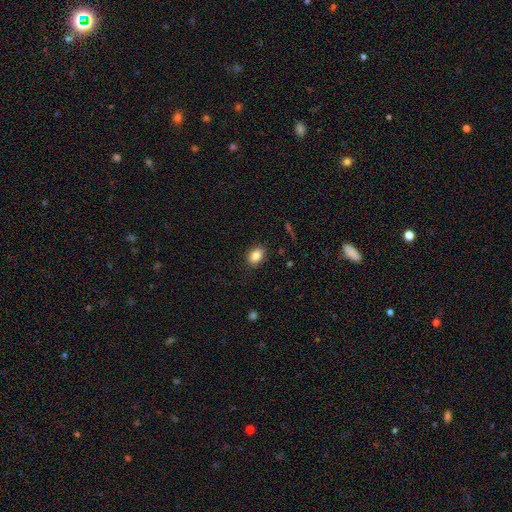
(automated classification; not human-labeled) Smooth or featured?
  - smooth: 86% *
  - star or artifact: 8%
  - featured or disk: 5%
How rounded?
  - in between: 79% *
  - round: 20%
  - cigar-shaped: 1%
Merging?
  - none: 85% *
  - minor disturbance: 11%
  - major disturbance: 3%
  - merger: 1%